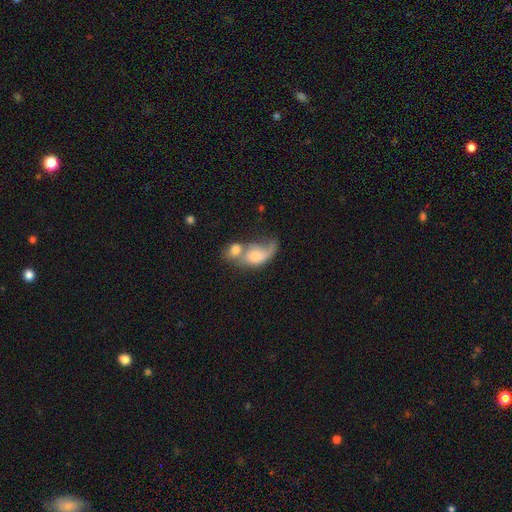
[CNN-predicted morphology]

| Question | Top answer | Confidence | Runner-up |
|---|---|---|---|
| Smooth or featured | smooth | 52% | featured or disk (40%) |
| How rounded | in between | 73% | round (21%) |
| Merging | merger | 64% | major disturbance (15%) |